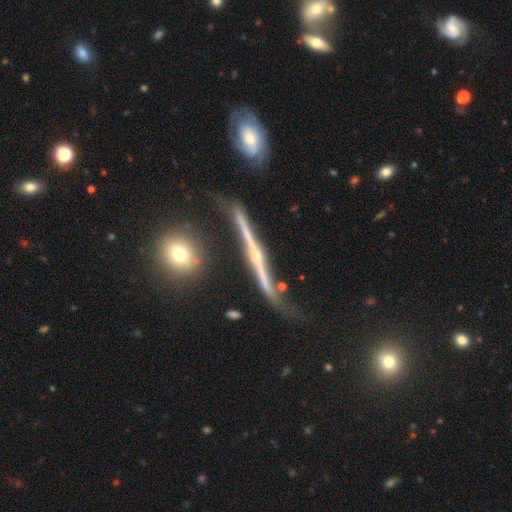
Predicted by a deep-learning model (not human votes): A featured or disk galaxy (85%) viewed edge-on (91%) with a rounded central bulge (74%). Merging: none (61%).